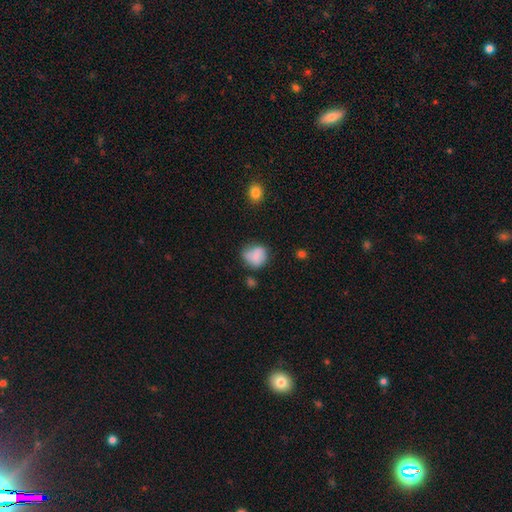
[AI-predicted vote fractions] This appears to be a smooth galaxy with no disk features (75%) that is round (70%). Merging: none (51%).